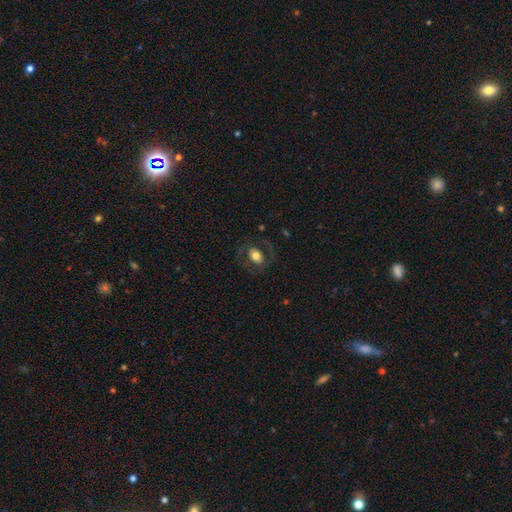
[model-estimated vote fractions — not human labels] smooth 61%, featured or disk 30%, star or artifact 8%. Down the decision tree: how rounded — in between (74%); merging — none (74%).